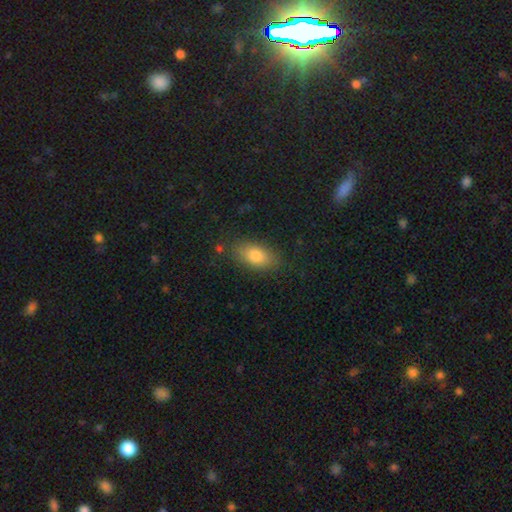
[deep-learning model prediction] smooth-or-featured: smooth: 81% | featured or disk: 11% | star or artifact: 8%
  how-rounded: in between: 88% | round: 6% | cigar-shaped: 6%
  merging: none: 83% | minor disturbance: 12% | major disturbance: 3% | merger: 2%